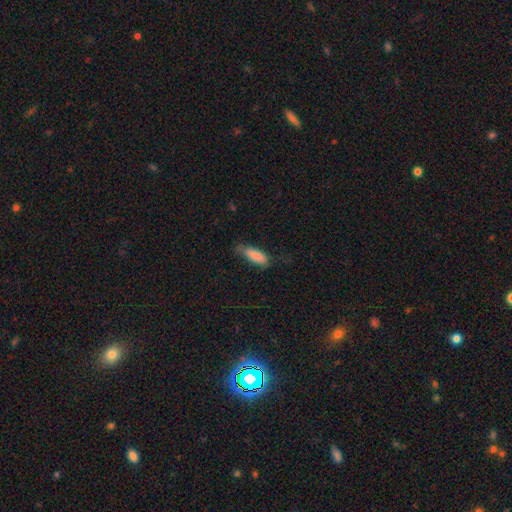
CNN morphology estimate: Q: Smooth or featured?
A: smooth (83%); runner-up: featured or disk (10%)
Q: How rounded?
A: in between (59%); runner-up: cigar-shaped (39%)
Q: Merging?
A: none (55%); runner-up: minor disturbance (32%)